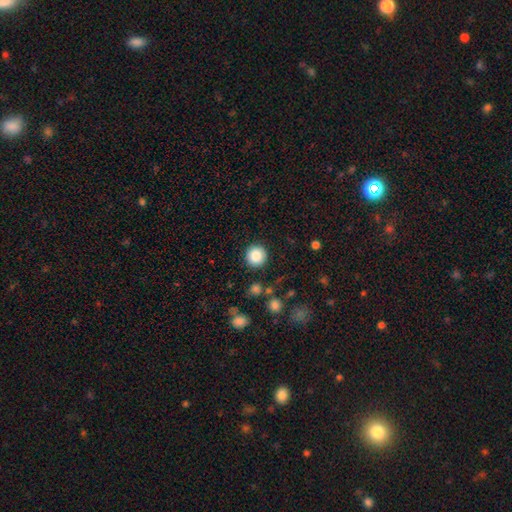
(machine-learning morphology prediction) smooth-or-featured: smooth: 86% | star or artifact: 9% | featured or disk: 5%
  how-rounded: round: 95% | in between: 4% | cigar-shaped: 1%
  merging: none: 90% | minor disturbance: 6% | major disturbance: 2% | merger: 2%